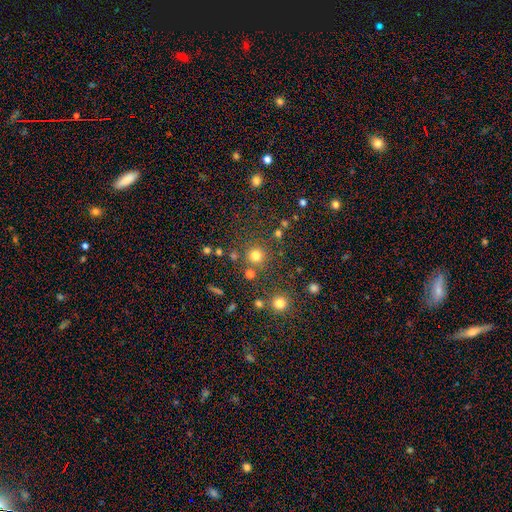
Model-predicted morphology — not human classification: smooth-or-featured: smooth: 76% | star or artifact: 18% | featured or disk: 6%
  how-rounded: round: 94% | in between: 5% | cigar-shaped: 1%
  merging: none: 81% | merger: 8% | minor disturbance: 8% | major disturbance: 4%